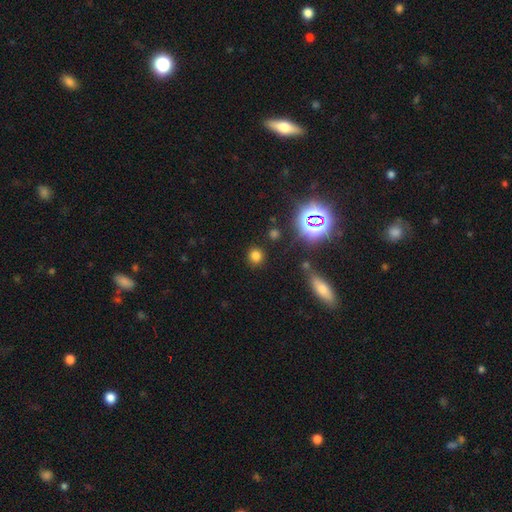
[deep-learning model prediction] Morphology: type=smooth (73%); roundness=round (86%); merging=none (86%).